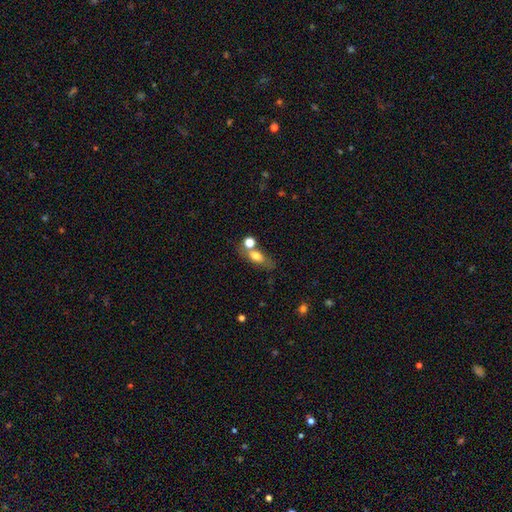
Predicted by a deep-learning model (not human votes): Overall: smooth (70%). How rounded: in between (64%). Merging: none (45%; merger 32%).